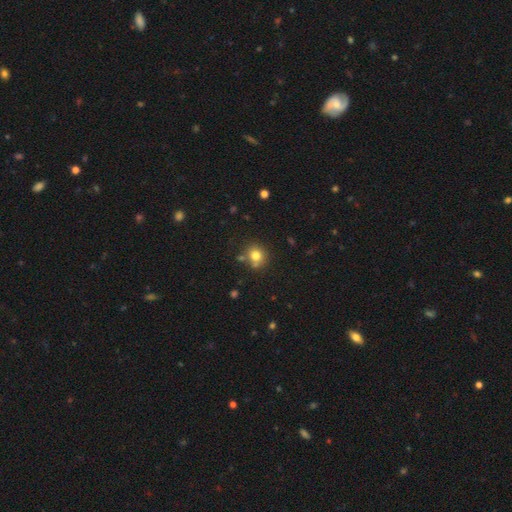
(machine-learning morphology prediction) The model was most divided on "merging": none: 71%, minor disturbance: 13%, merger: 12%, major disturbance: 4%. More confident: how rounded — round (84%); smooth or featured — smooth (78%).